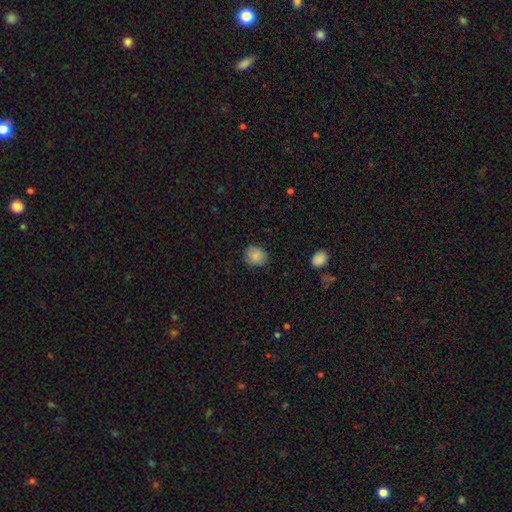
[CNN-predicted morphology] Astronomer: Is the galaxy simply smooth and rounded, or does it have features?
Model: smooth — 85%.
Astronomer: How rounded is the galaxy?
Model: round — 74%.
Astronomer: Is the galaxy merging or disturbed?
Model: none — 82%.